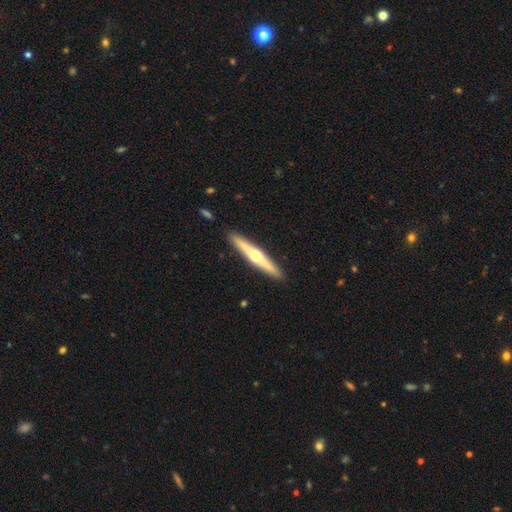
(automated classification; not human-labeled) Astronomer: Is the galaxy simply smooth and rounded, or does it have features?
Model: featured or disk — 63%.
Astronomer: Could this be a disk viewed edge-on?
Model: yes — 97%.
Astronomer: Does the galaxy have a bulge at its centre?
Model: rounded — 92%.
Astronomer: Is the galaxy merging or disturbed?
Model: none — 91%.